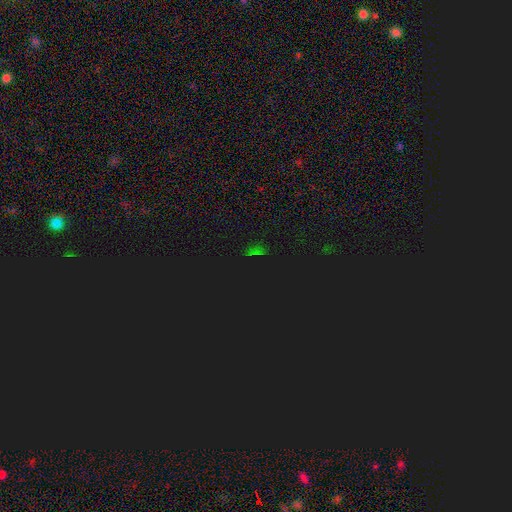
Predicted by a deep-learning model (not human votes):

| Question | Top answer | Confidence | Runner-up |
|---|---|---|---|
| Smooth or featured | star or artifact | 75% | smooth (18%) |